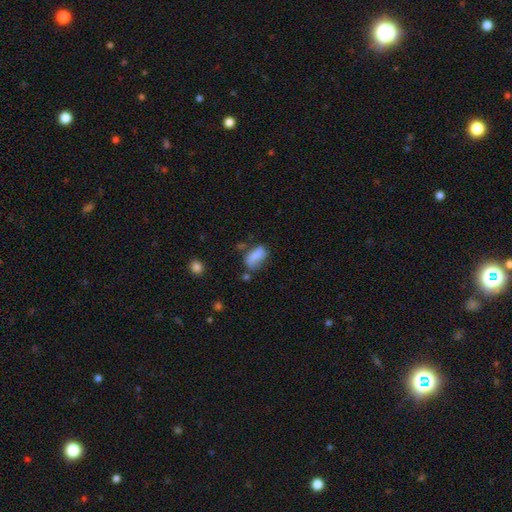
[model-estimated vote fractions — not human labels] Smooth or featured? Predicted: smooth (p=0.80). How rounded? Predicted: in between (p=0.88). Merging? Predicted: none (p=0.45).